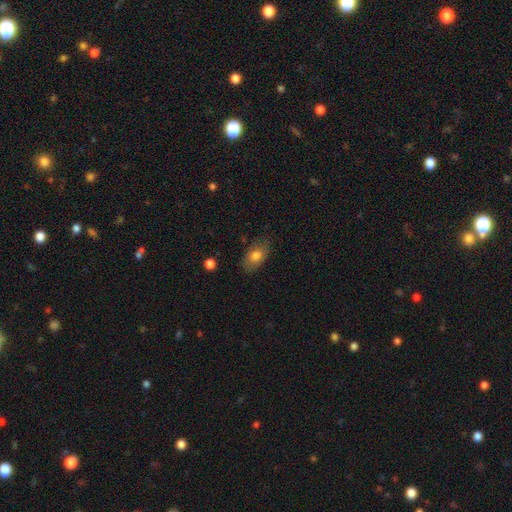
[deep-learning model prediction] This is likely a smooth galaxy (75%). How rounded: clearly in between (87%). Merging: likely none (75%).